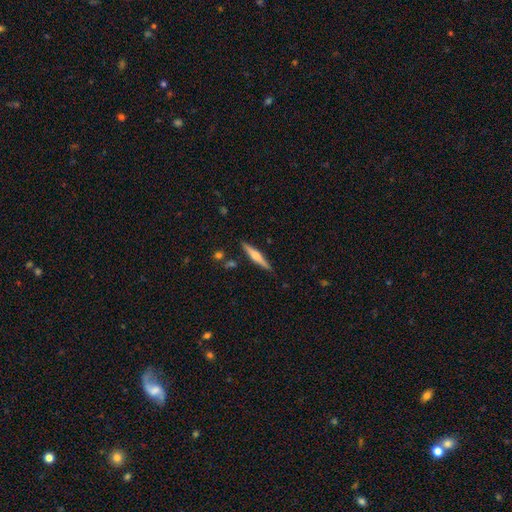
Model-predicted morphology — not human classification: Smooth or featured?
  - featured or disk: 62% *
  - smooth: 32%
  - star or artifact: 6%
Edge-on disk?
  - yes: 98% *
  - no: 2%
Edge-on bulge?
  - rounded: 83% *
  - boxy: 10%
  - none: 7%
Merging?
  - none: 89% *
  - minor disturbance: 7%
  - merger: 2%
  - major disturbance: 2%